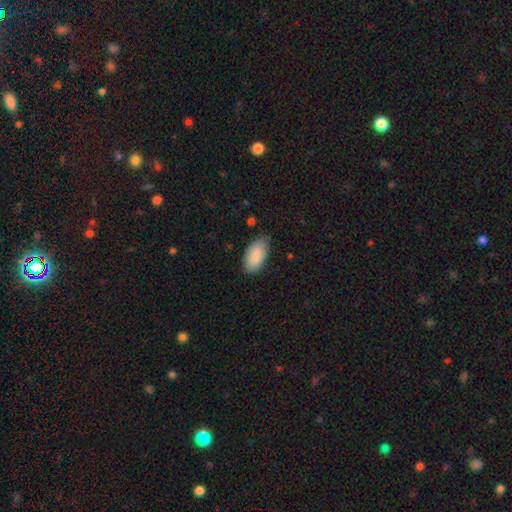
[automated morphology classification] Smooth or featured?
  - smooth: 88% *
  - star or artifact: 6%
  - featured or disk: 5%
How rounded?
  - in between: 95% *
  - cigar-shaped: 3%
  - round: 2%
Merging?
  - none: 76% *
  - minor disturbance: 20%
  - major disturbance: 3%
  - merger: 1%